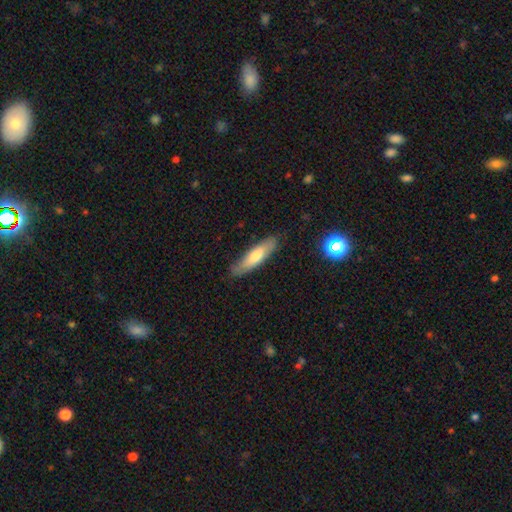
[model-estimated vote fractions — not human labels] This is likely a smooth galaxy (65%). How rounded: likely cigar-shaped (71%). Merging: clearly none (82%).